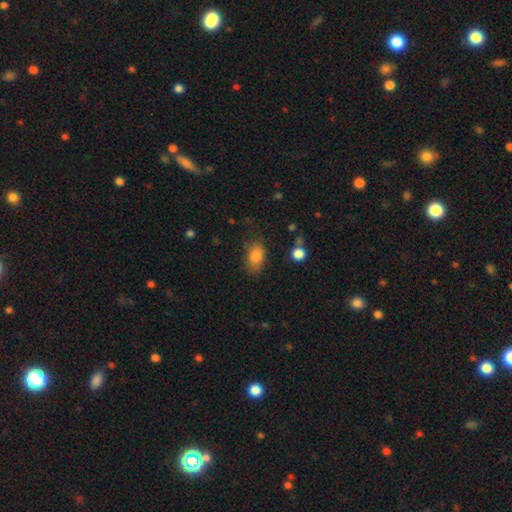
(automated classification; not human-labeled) smooth 84%, star or artifact 9%, featured or disk 7%. Down the decision tree: how rounded — in between (86%); merging — none (69%).